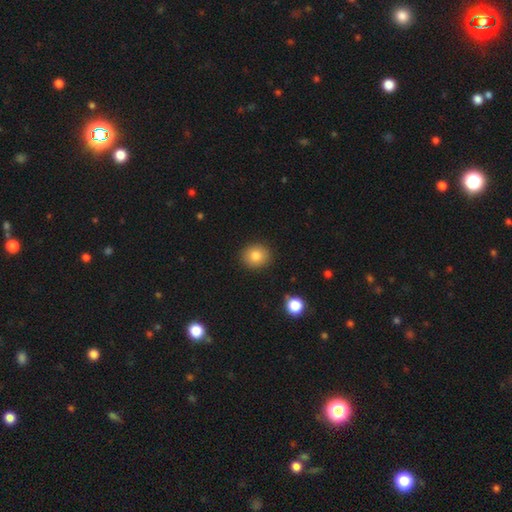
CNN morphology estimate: Smooth or featured: smooth — 82% (star or artifact — 10%)
How rounded: round — 77% (in between — 22%)
Merging: none — 90% (minor disturbance — 7%)